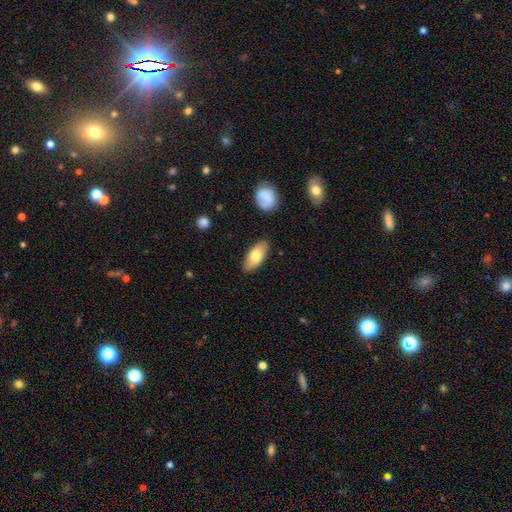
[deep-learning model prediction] Smooth or featured? smooth (75%)
How rounded? in between (88%)
Merging? none (86%)